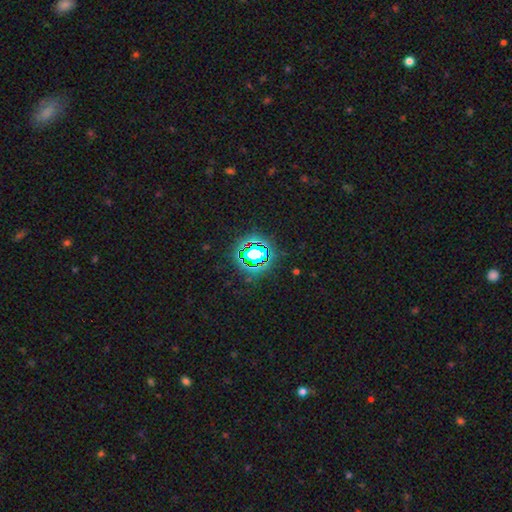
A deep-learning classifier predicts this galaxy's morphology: This appears to be a star or artifact, not a galaxy (80%).